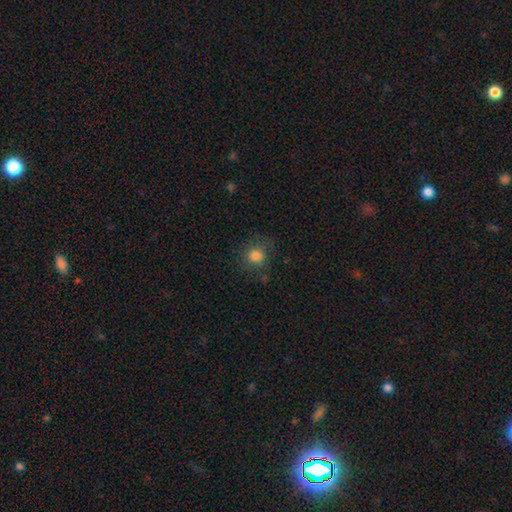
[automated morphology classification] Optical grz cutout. It shows a smooth galaxy with no disk features (82%) that is round (88%). Merging: none (77%).